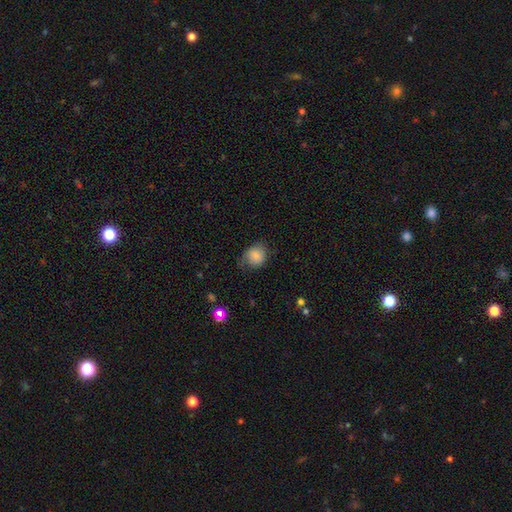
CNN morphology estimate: Smooth or featured?
  - smooth: 82% *
  - featured or disk: 9%
  - star or artifact: 9%
How rounded?
  - round: 70% *
  - in between: 29%
  - cigar-shaped: 1%
Merging?
  - none: 67% *
  - minor disturbance: 25%
  - major disturbance: 7%
  - merger: 1%